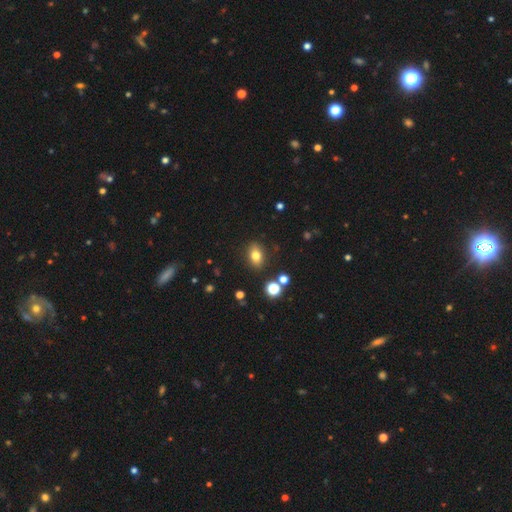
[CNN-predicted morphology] Smooth or featured?
  - smooth: 76% *
  - star or artifact: 12%
  - featured or disk: 11%
How rounded?
  - in between: 77% *
  - round: 20%
  - cigar-shaped: 3%
Merging?
  - none: 85% *
  - minor disturbance: 9%
  - merger: 3%
  - major disturbance: 3%